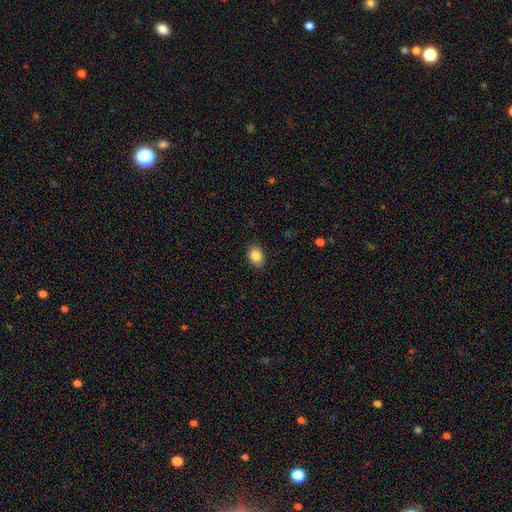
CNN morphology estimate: Smooth or featured? smooth (86%)
How rounded? in between (70%)
Merging? none (86%)